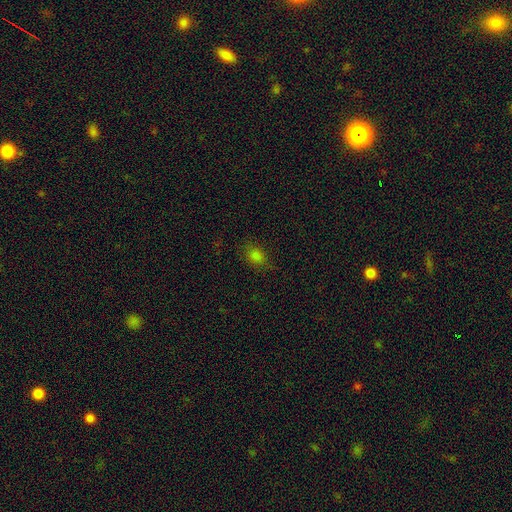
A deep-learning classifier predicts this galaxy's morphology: smooth_or_featured: smooth (p=0.77) [alt: star or artifact p=0.17]
how_rounded: in between (p=0.53) [alt: round p=0.44]
merging: none (p=0.75) [alt: minor disturbance p=0.18]